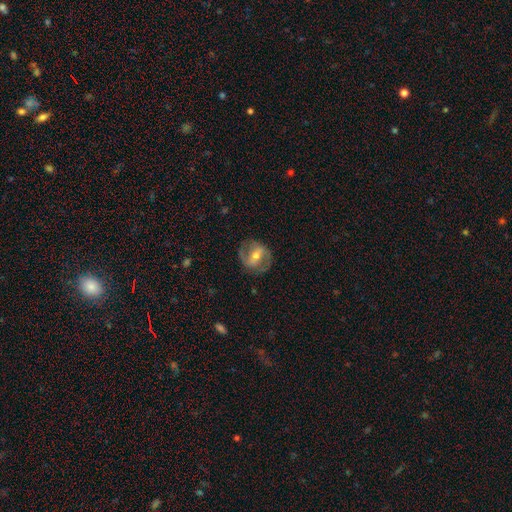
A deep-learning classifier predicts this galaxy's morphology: A featured or disk galaxy (71%) with a strong bar (48%), 2 (85%) medium (47%) spiral arms (75%) and a moderate central bulge (57%).

Vote fractions:
- Smooth or featured? featured or disk: 71% / smooth: 22% / star or artifact: 6%
- Edge-on disk? no: 95% / yes: 5%
- Bar? strong: 48% / weak: 35% / no: 16%
- Spiral arms? yes: 75% / no: 25%
- Spiral winding? medium: 47% / loose: 27% / tight: 26%
- Spiral arm count? 2: 85% / can't tell: 9% / 1: 3% / 3: 1% / 4: 1% / more than 4: 1%
- Bulge size? moderate: 57% / small: 36% / large: 4% / none: 2% / dominant: 1%
- Merging? none: 78% / minor disturbance: 14% / major disturbance: 7% / merger: 1%